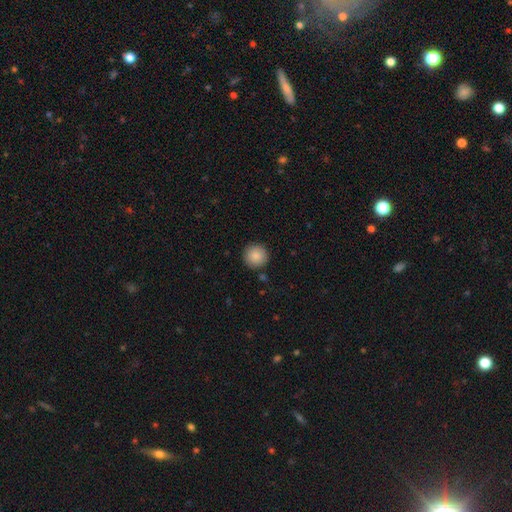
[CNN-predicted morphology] Smooth or featured? smooth (88%)
How rounded? round (96%)
Merging? none (90%)